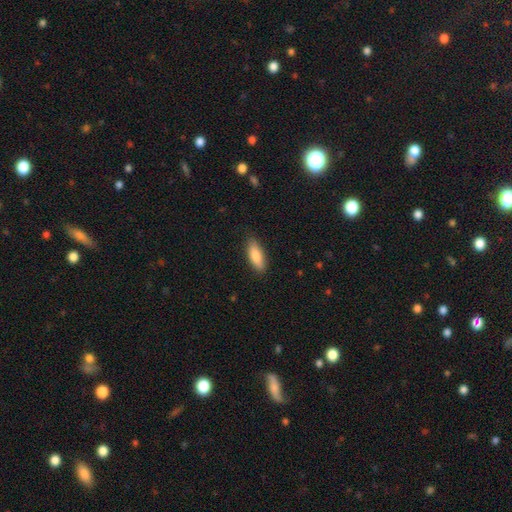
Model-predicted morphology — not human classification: smooth-or-featured: smooth: 82% | featured or disk: 12% | star or artifact: 6%
  how-rounded: in between: 63% | cigar-shaped: 35% | round: 2%
  merging: none: 85% | minor disturbance: 12% | major disturbance: 2% | merger: 1%